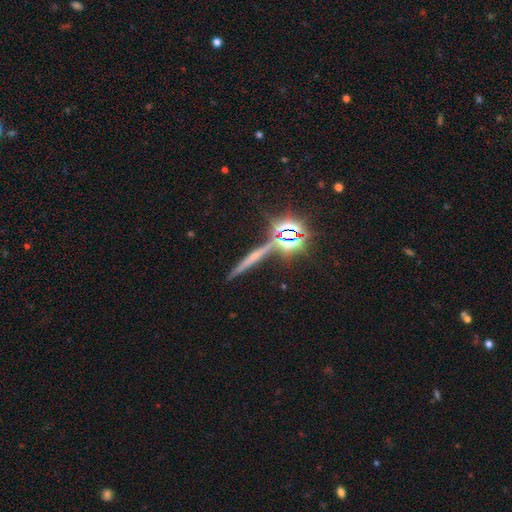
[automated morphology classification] type=star or artifact (40%).